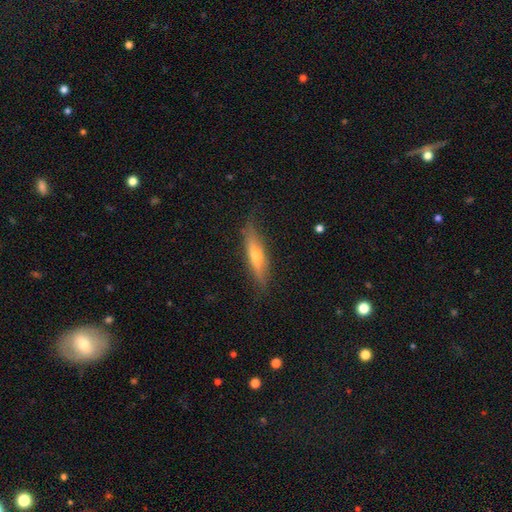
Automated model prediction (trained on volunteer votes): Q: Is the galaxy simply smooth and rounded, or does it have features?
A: featured or disk — 56%.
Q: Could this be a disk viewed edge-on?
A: yes — 90%.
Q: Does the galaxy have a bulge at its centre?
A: rounded — 82%.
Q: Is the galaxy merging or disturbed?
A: none — 80%.